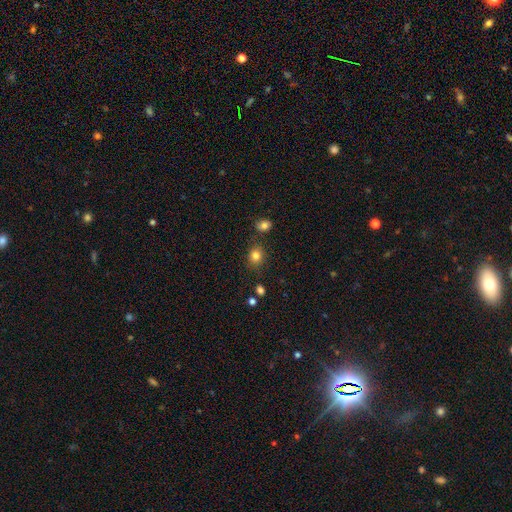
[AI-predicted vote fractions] Smooth or featured? smooth (82%)
How rounded? round (70%)
Merging? none (82%)